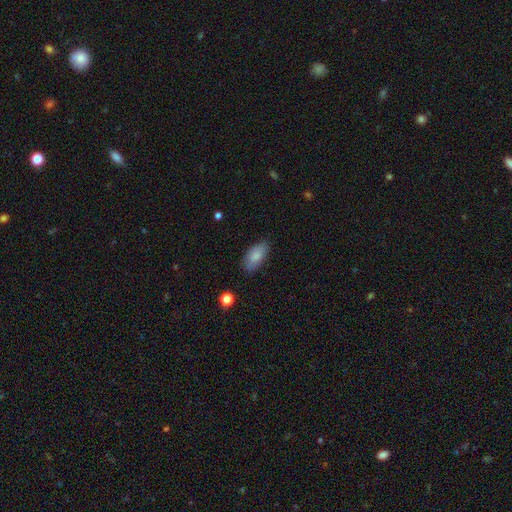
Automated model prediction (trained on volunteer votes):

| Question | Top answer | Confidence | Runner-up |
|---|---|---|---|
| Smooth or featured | smooth | 83% | featured or disk (10%) |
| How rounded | in between | 90% | cigar-shaped (7%) |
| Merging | none | 78% | minor disturbance (17%) |